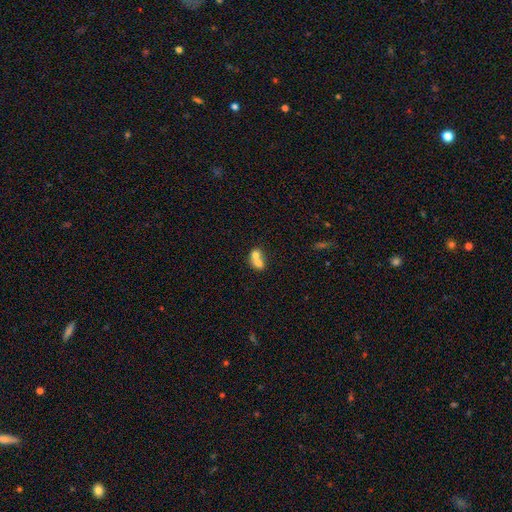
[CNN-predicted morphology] This appears to be a smooth galaxy with no disk features (68%) that is round (50%). Merging: merger (75%).